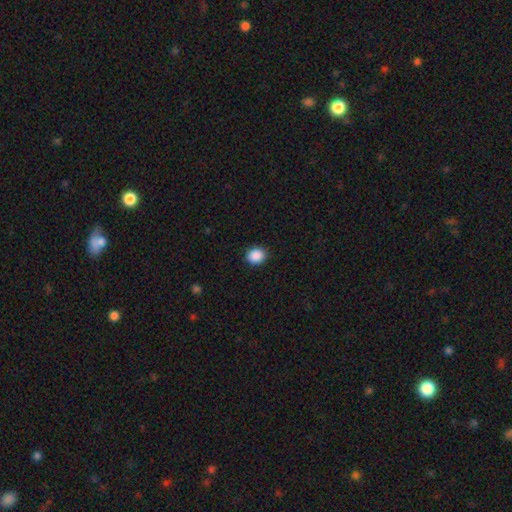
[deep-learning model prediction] Morphology: type=smooth (89%); roundness=round (77%); merging=none (91%).